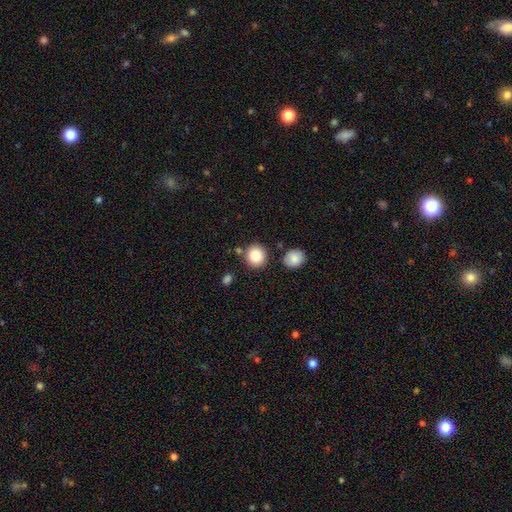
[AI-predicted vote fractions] Morphology: type=smooth (85%); roundness=round (89%); merging=none (82%).